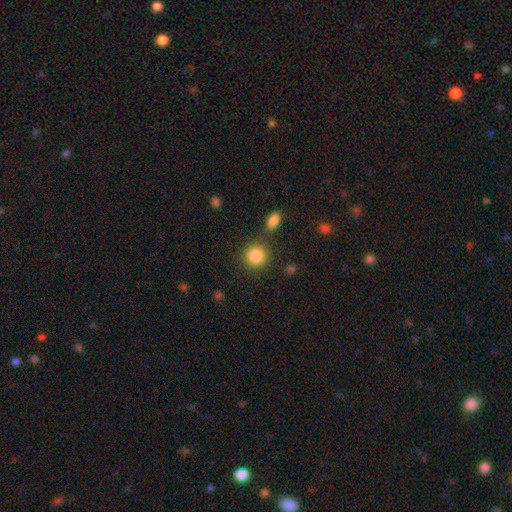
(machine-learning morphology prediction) Smooth or featured? Predicted: smooth (p=0.87). How rounded? Predicted: round (p=0.88). Merging? Predicted: none (p=0.81).